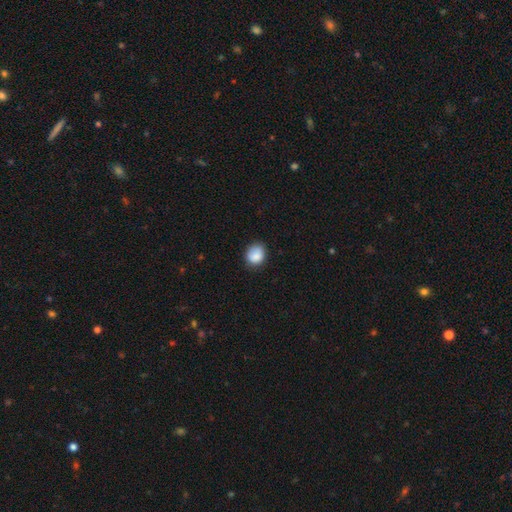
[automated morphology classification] smooth-or-featured: smooth: 86% | star or artifact: 8% | featured or disk: 6%
  how-rounded: round: 65% | in between: 34% | cigar-shaped: 1%
  merging: none: 75% | minor disturbance: 20% | major disturbance: 4% | merger: 1%